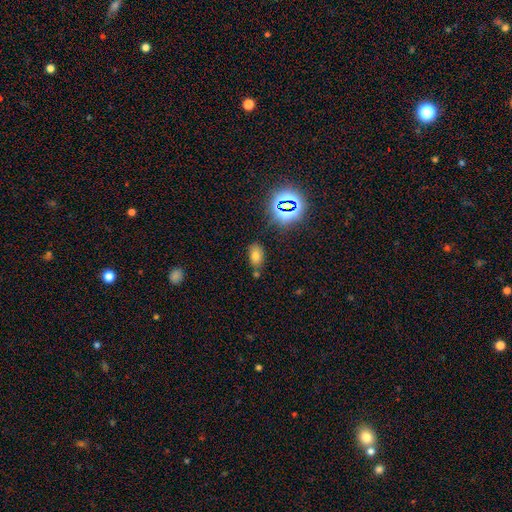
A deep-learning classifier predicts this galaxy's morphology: This appears to be a smooth galaxy with no disk features (66%) that is in between round and cigar-shaped (87%). Merging: none (73%).